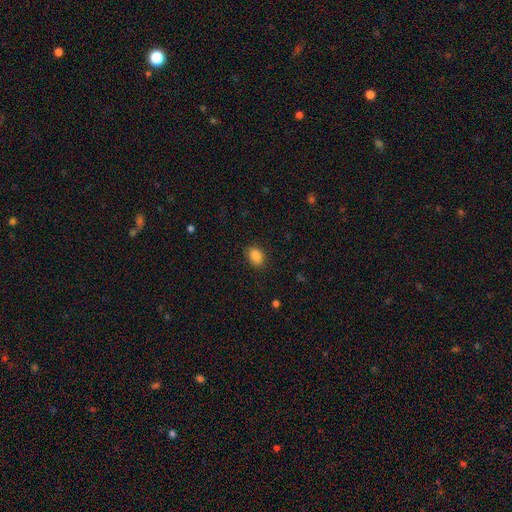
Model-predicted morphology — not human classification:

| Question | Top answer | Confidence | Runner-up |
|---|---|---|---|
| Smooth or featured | smooth | 87% | star or artifact (9%) |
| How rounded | in between | 76% | round (22%) |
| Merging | none | 86% | minor disturbance (10%) |